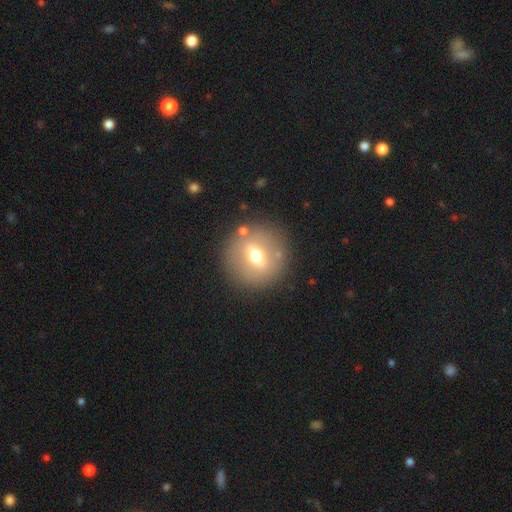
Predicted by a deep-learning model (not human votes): Q: Smooth or featured?
A: smooth (47%); runner-up: featured or disk (43%)
Q: Merging?
A: none (84%); runner-up: minor disturbance (8%)